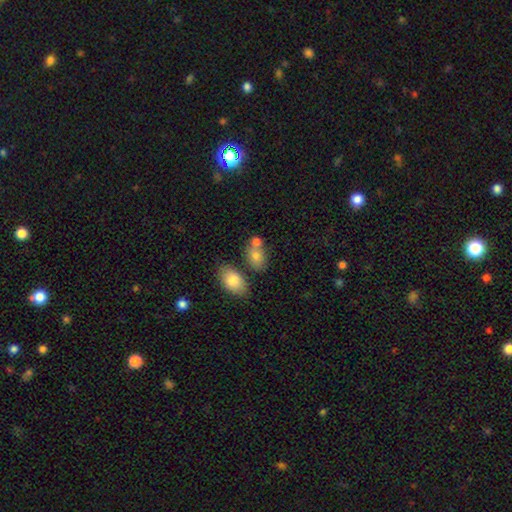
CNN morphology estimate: smooth 78%, featured or disk 13%, star or artifact 9%. Down the decision tree: how rounded — in between (78%); merging — none (46%).